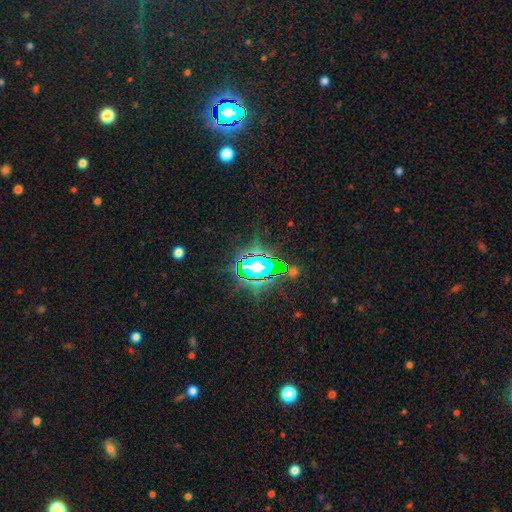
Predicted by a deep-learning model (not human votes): smooth_or_featured: star or artifact (p=0.82) [alt: smooth p=0.10]